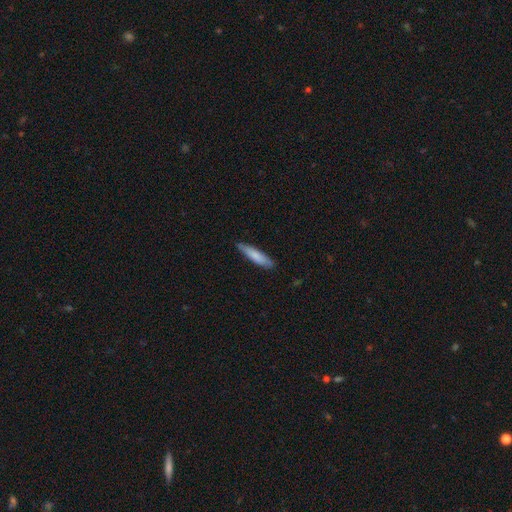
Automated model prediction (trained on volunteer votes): The model was most divided on "how rounded": cigar-shaped: 78%, in between: 21%, round: 1%. More confident: merging — none (80%); smooth or featured — smooth (79%).